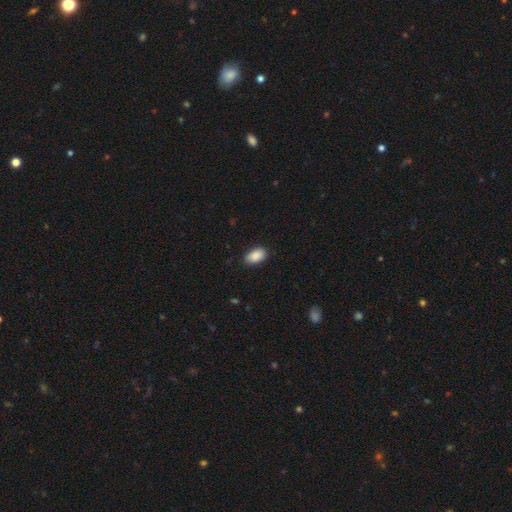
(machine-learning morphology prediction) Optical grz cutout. It shows a smooth galaxy with no disk features (89%) that is in between round and cigar-shaped (93%). Merging: none (86%).